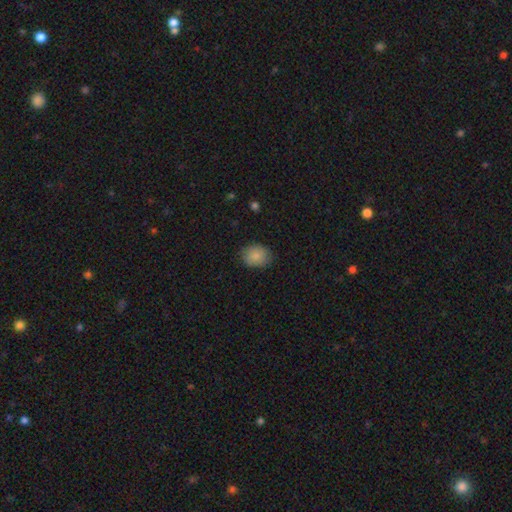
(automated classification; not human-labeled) Smooth or featured: smooth — 86% (star or artifact — 7%)
How rounded: in between — 58% (round — 41%)
Merging: none — 81% (minor disturbance — 15%)